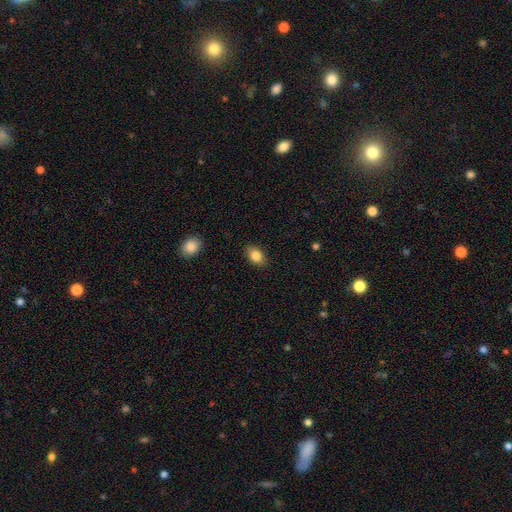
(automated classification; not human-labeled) This appears to be a smooth galaxy with no disk features (83%) that is in between round and cigar-shaped (87%). Merging: none (87%).